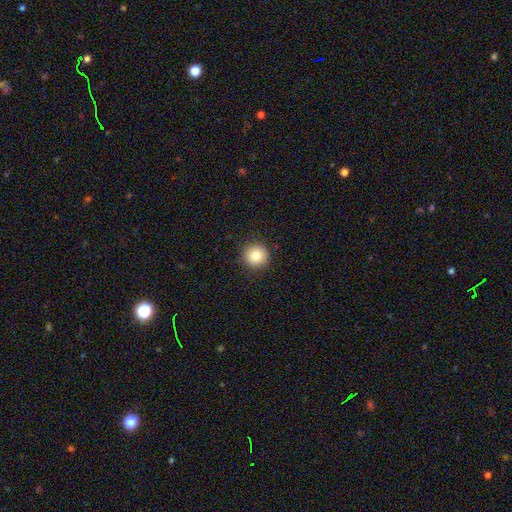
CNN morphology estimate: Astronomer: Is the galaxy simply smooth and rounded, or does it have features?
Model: smooth — 83%.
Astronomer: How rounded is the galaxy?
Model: round — 95%.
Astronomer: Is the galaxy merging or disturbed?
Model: none — 91%.